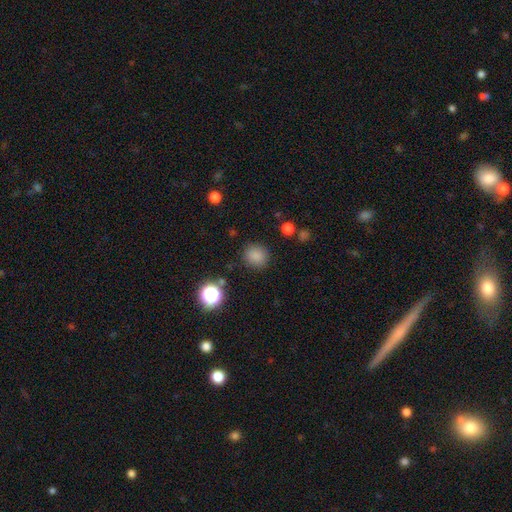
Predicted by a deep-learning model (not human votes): Overall: smooth (82%). How rounded: round (87%). Merging: none (86%).